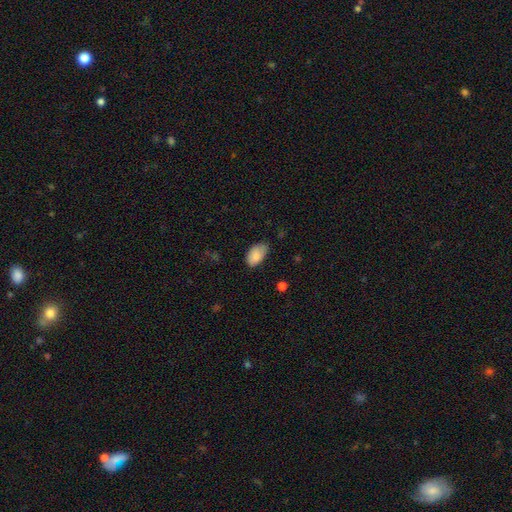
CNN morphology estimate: smooth-or-featured: smooth: 86% | star or artifact: 7% | featured or disk: 7%
  how-rounded: in between: 93% | round: 6% | cigar-shaped: 1%
  merging: none: 59% | minor disturbance: 33% | major disturbance: 6% | merger: 2%